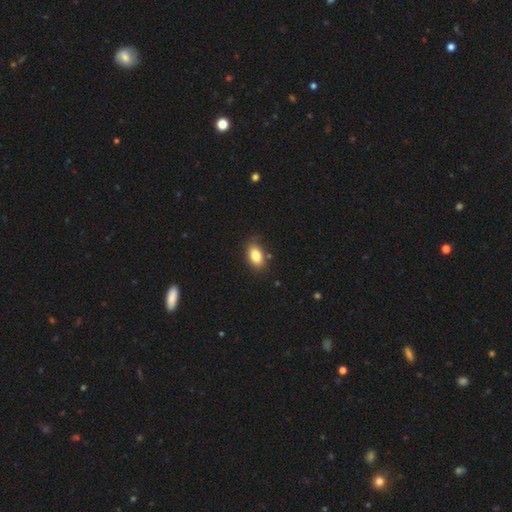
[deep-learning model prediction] Overall: smooth (82%). How rounded: in between (88%). Merging: none (80%).